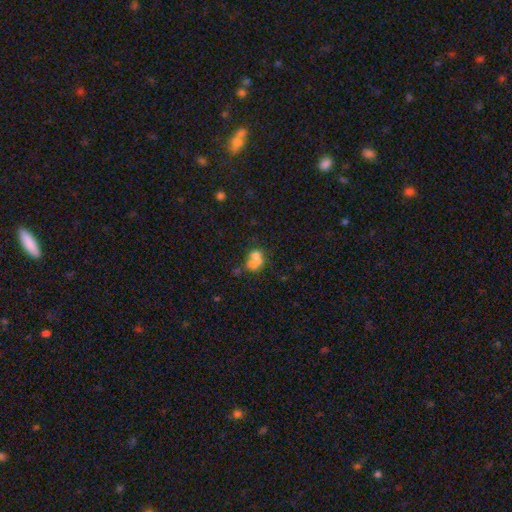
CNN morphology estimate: type=smooth (56%); roundness=round (55%); merging=merger (62%).